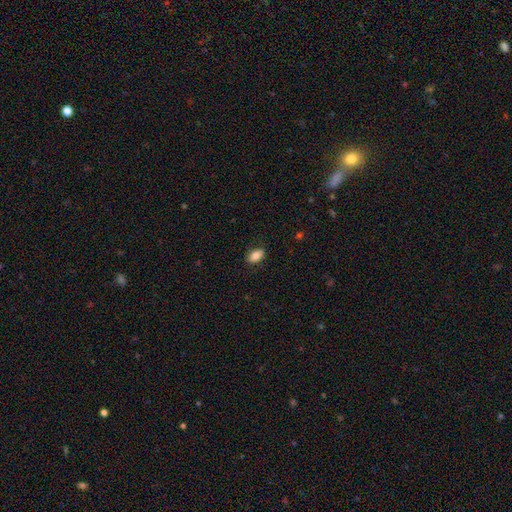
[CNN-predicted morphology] Smooth or featured: smooth — 80% (featured or disk — 12%)
How rounded: in between — 90% (round — 7%)
Merging: none — 83% (minor disturbance — 13%)